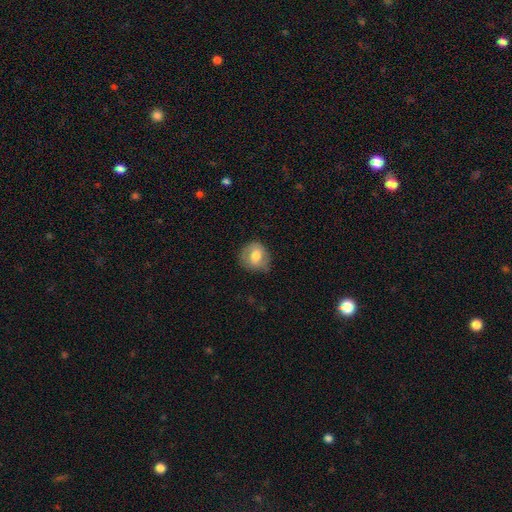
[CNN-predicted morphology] This is likely a smooth galaxy (67%). How rounded: likely round (75%). Merging: likely none (71%).